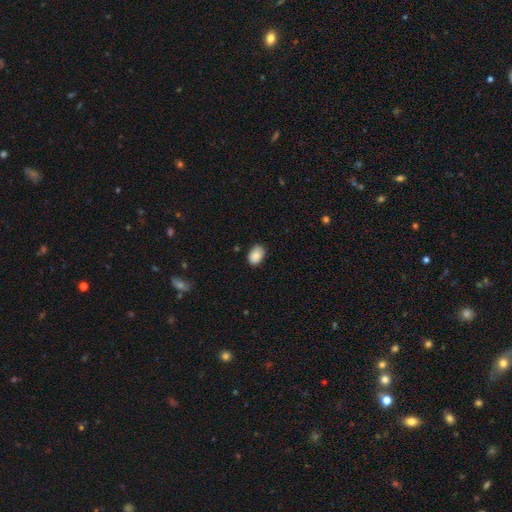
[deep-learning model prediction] smooth_or_featured: smooth (p=0.87) [alt: star or artifact p=0.07]
how_rounded: in between (p=0.83) [alt: round p=0.16]
merging: none (p=0.82) [alt: minor disturbance p=0.15]